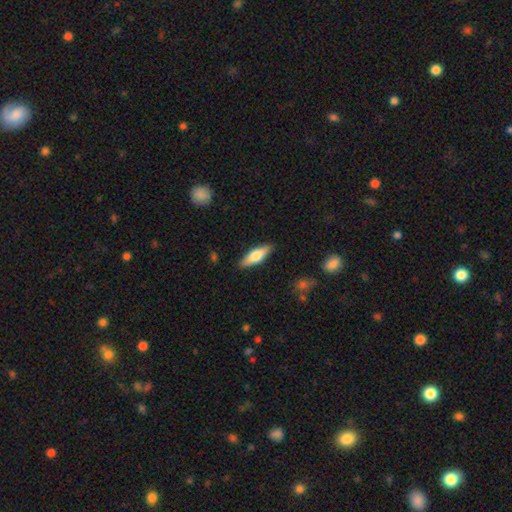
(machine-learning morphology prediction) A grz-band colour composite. It shows a smooth galaxy with no disk features (62%) that is cigar-shaped (50%). Merging: none (88%).